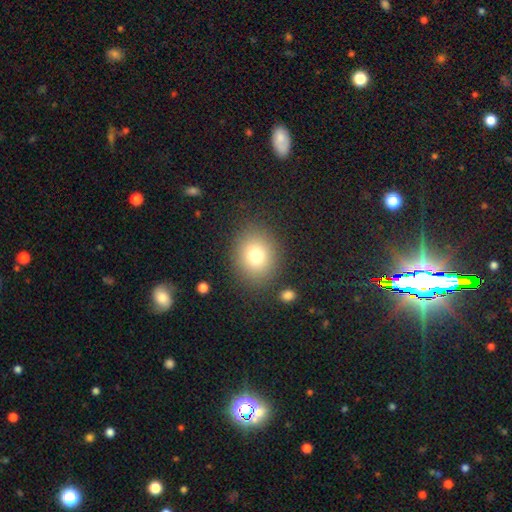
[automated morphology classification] Smooth or featured?
  - smooth: 76% *
  - star or artifact: 13%
  - featured or disk: 11%
How rounded?
  - round: 62% *
  - in between: 37%
  - cigar-shaped: 1%
Merging?
  - none: 84% *
  - minor disturbance: 9%
  - major disturbance: 4%
  - merger: 2%